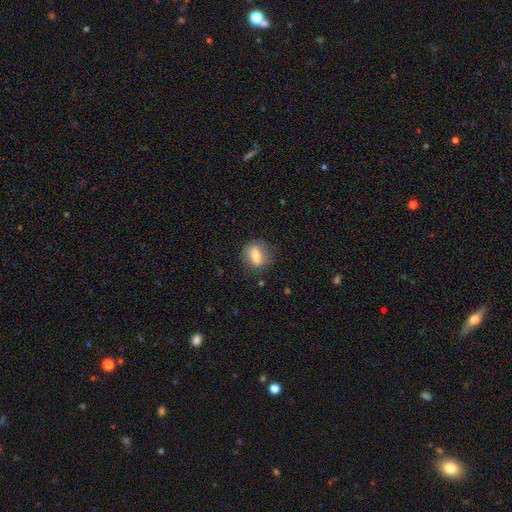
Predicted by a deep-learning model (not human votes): Smooth or featured?
  - smooth: 77% *
  - featured or disk: 15%
  - star or artifact: 8%
How rounded?
  - in between: 62% *
  - round: 32%
  - cigar-shaped: 6%
Merging?
  - none: 78% *
  - minor disturbance: 15%
  - major disturbance: 5%
  - merger: 2%